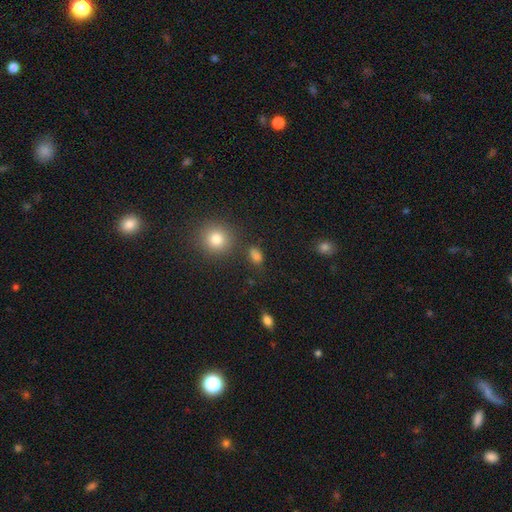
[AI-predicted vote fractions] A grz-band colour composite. It shows a smooth galaxy with no disk features (80%) that is in between round and cigar-shaped (72%). Merging: none (73%).